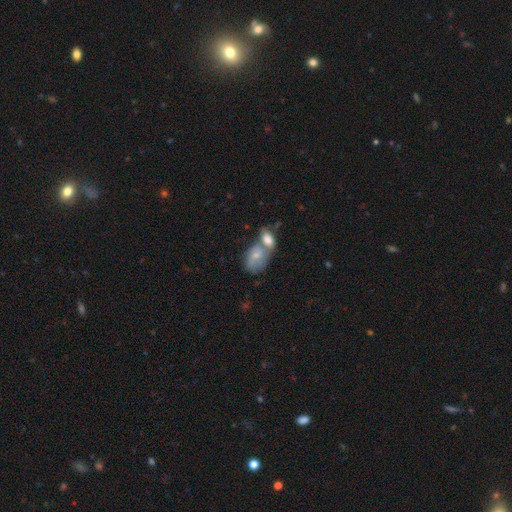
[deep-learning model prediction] Smooth or featured?
  - smooth: 54% *
  - featured or disk: 38%
  - star or artifact: 8%
How rounded?
  - in between: 80% *
  - round: 18%
  - cigar-shaped: 2%
Merging?
  - merger: 66% *
  - none: 18%
  - minor disturbance: 10%
  - major disturbance: 6%